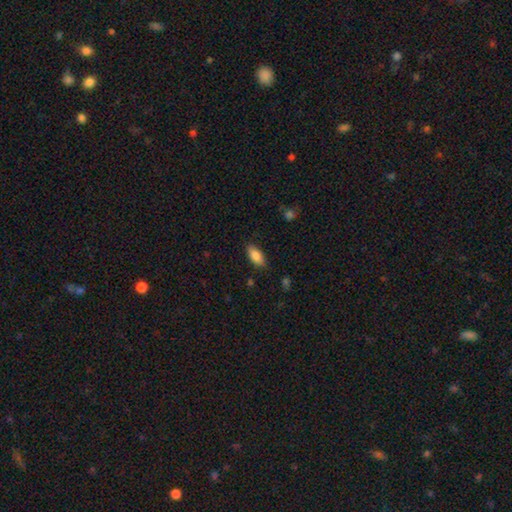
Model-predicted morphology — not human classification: smooth 86%, featured or disk 7%, star or artifact 7%. Down the decision tree: how rounded — in between (88%); merging — none (84%).